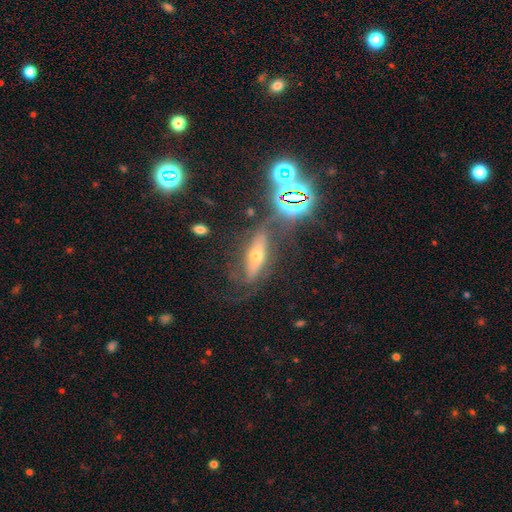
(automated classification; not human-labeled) Overall: featured or disk (50%; smooth 29%). Merging: none (58%; minor disturbance 20%).